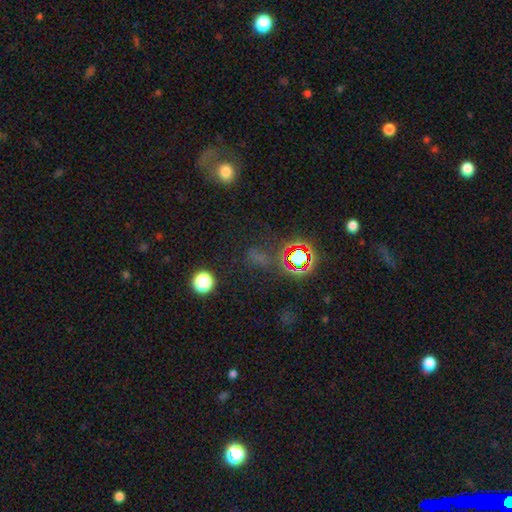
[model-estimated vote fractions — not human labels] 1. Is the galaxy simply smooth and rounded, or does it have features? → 59% star or artifact, 30% smooth, 11% featured or disk.